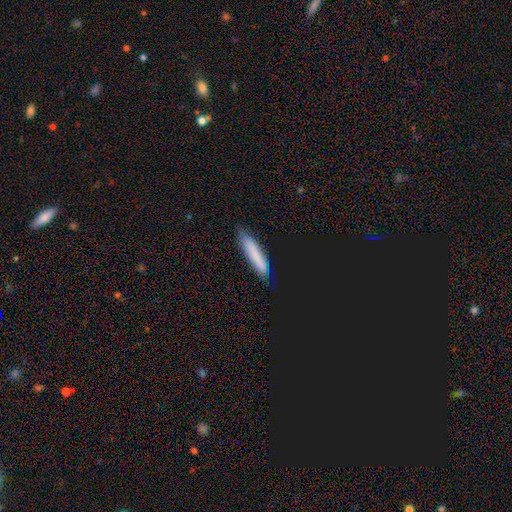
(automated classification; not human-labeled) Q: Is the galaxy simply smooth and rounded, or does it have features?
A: smooth — 78%.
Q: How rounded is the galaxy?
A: cigar-shaped — 86%.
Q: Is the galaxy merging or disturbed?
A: none — 80%.